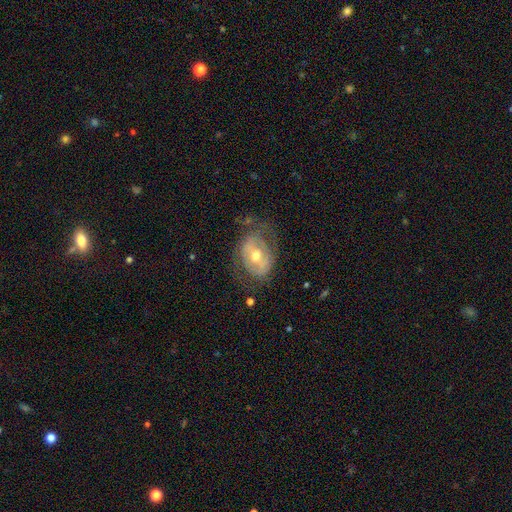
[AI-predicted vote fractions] Overall: featured or disk (65%; smooth 28%). Edge-on disk: no (94%). Bar: no (45%; weak 34%). Spiral arms: no (56%; yes 44%). Bulge size: moderate (70%). Merging: none (58%; minor disturbance 23%).